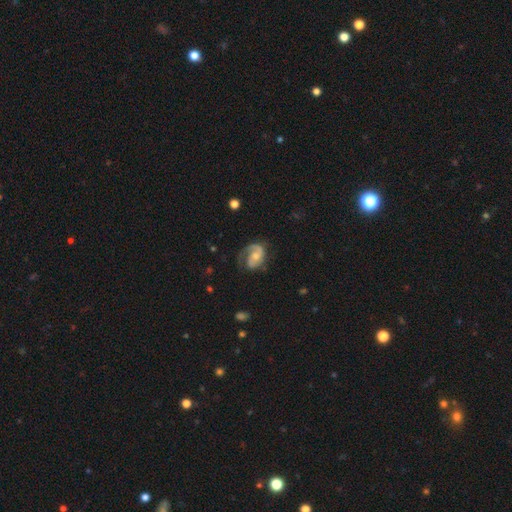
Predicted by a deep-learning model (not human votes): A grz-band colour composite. It shows a featured or disk galaxy (80%) with no bar (60%), 2 (55%) medium (45%) spiral arms (94%) and a moderate central bulge (50%). Merging: none (56%).